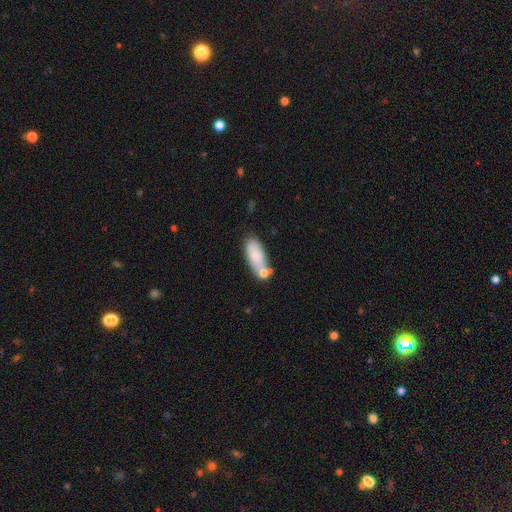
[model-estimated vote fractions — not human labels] Morphology: type=smooth (78%); roundness=in between (74%); merging=none (55%).